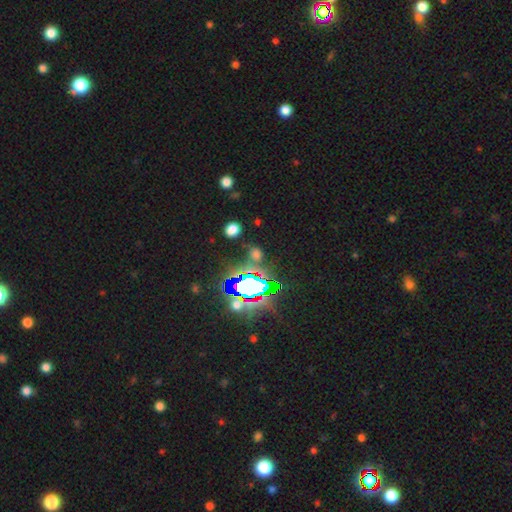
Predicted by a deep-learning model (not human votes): Morphology: type=star or artifact (58%).